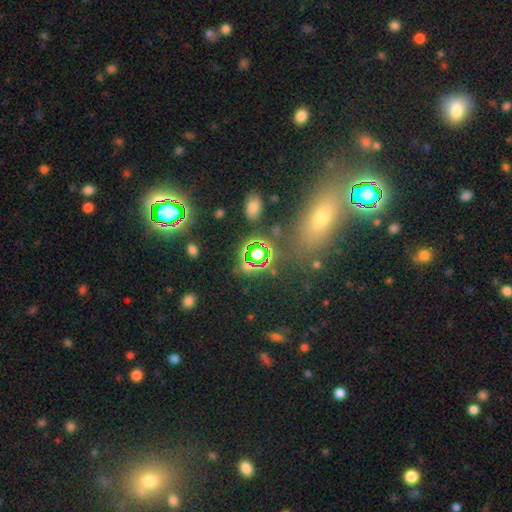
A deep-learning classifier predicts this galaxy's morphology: type=star or artifact (58%).